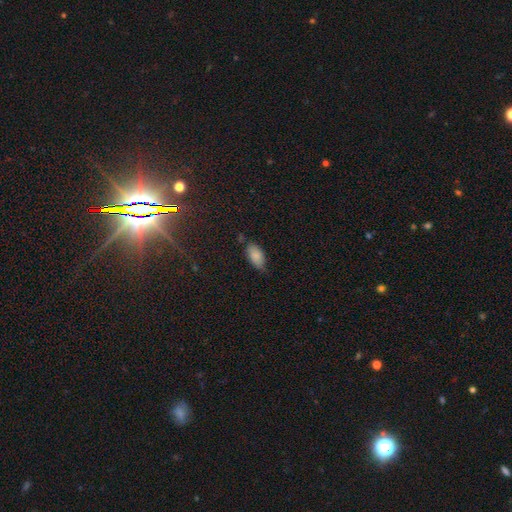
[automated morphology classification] type=smooth (84%); roundness=in between (92%); merging=none (60%).